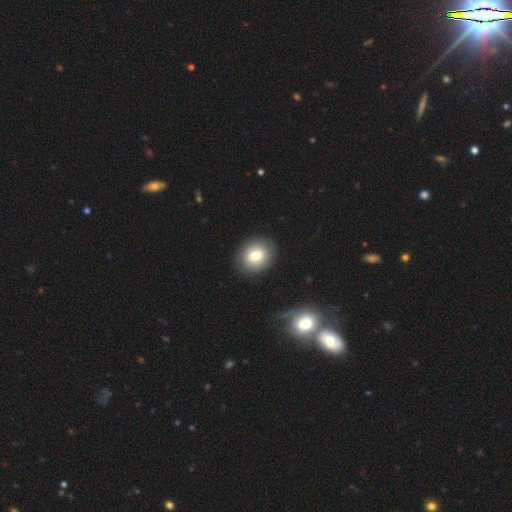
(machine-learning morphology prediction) Smooth or featured? smooth (75%)
How rounded? round (54%)
Merging? none (89%)